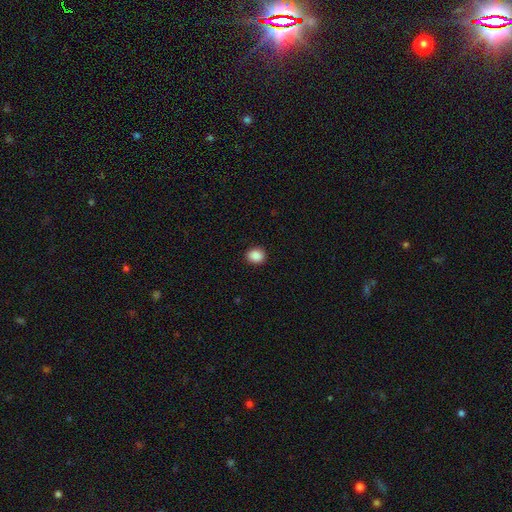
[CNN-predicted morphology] smooth 89%, star or artifact 9%, featured or disk 2%. Down the decision tree: how rounded — round (67%); merging — none (90%).